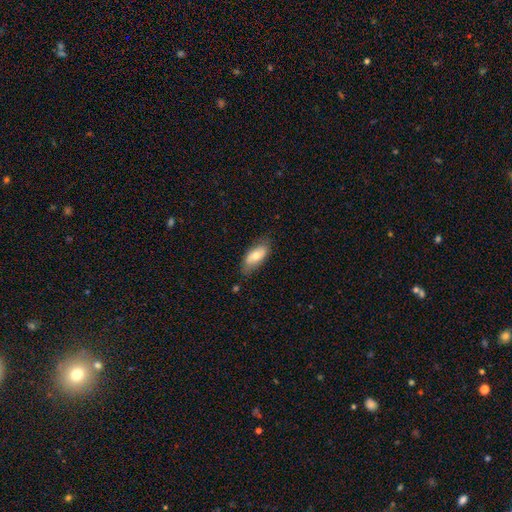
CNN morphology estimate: type=smooth (67%); roundness=in between (87%); merging=none (72%).